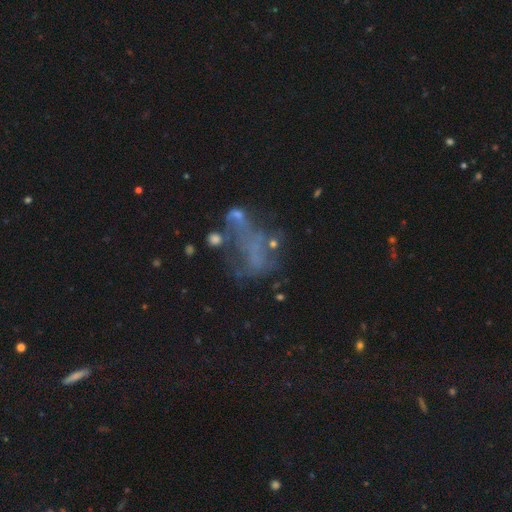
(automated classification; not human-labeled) The model was most divided on "merging": major disturbance: 34%, none: 33%, merger: 17%, minor disturbance: 15%. Remaining: smooth or featured — featured or disk (47%).